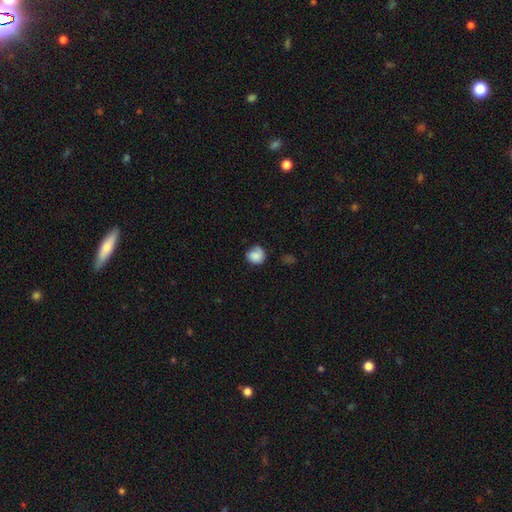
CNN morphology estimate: Smooth or featured?
  - smooth: 82% *
  - featured or disk: 10%
  - star or artifact: 8%
How rounded?
  - round: 82% *
  - in between: 17%
  - cigar-shaped: 1%
Merging?
  - none: 63% *
  - minor disturbance: 27%
  - major disturbance: 8%
  - merger: 2%